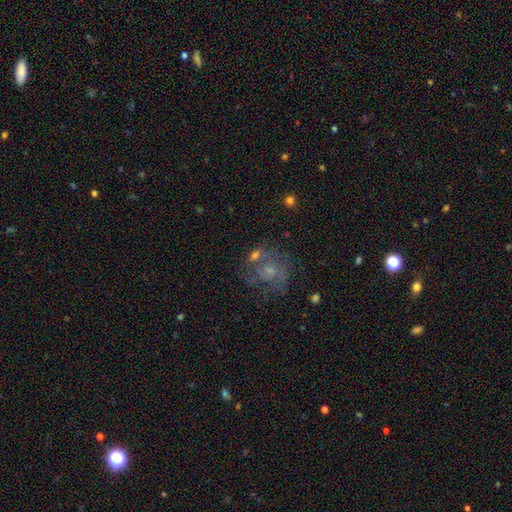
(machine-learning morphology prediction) smooth-or-featured: featured or disk: 57% | smooth: 28% | star or artifact: 15%
  disk-edge-on: no: 97% | yes: 3%
    bar: no: 78% | weak: 19% | strong: 3%
    has-spiral-arms: yes: 61% | no: 39%
    bulge-size: small: 50% | moderate: 34% | none: 11% | large: 3% | dominant: 2%
  merging: none: 51% | minor disturbance: 18% | major disturbance: 16% | merger: 15%